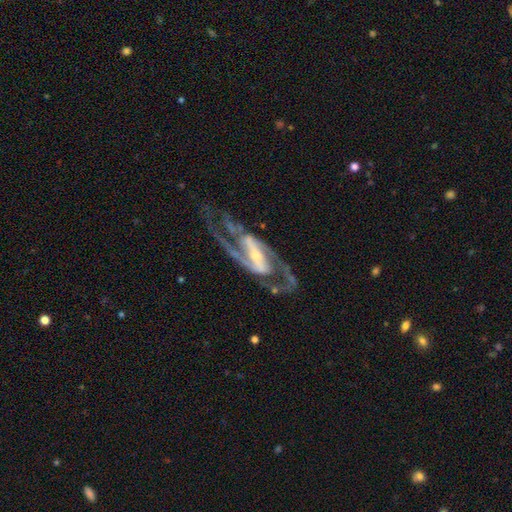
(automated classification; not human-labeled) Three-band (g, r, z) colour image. It shows a featured or disk galaxy (93%) with a strong bar (69%), 2 (92%) medium (59%) spiral arms (98%) and a small central bulge (65%). Merging: none (68%).